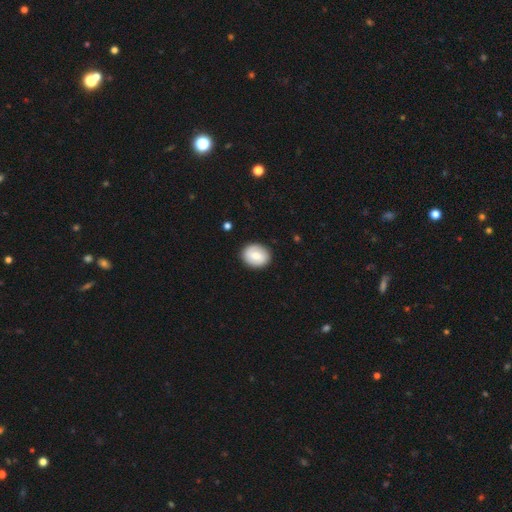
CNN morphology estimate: type=smooth (74%); roundness=round (60%); merging=none (89%).